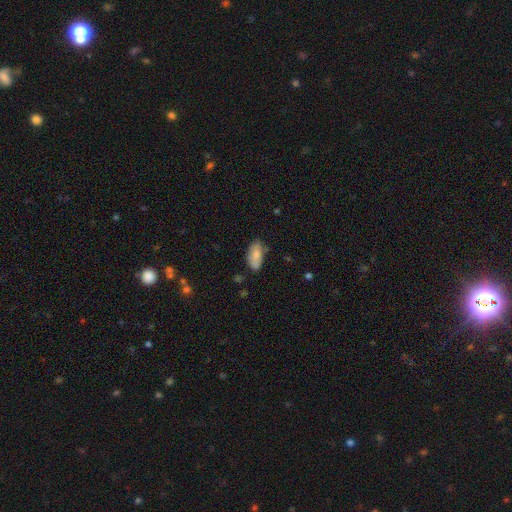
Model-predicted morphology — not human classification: Smooth or featured: smooth — 76% (featured or disk — 17%)
How rounded: in between — 92% (cigar-shaped — 5%)
Merging: none — 62% (minor disturbance — 28%)